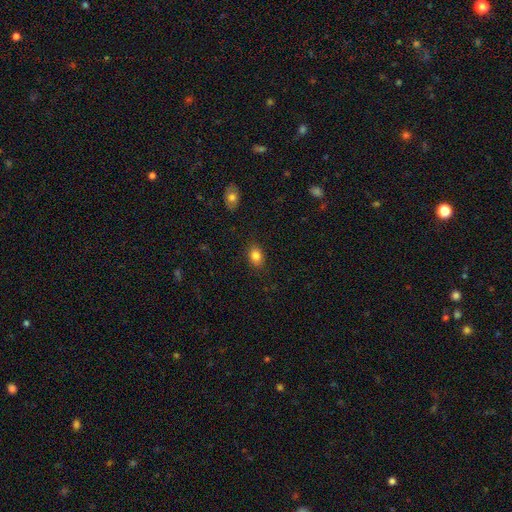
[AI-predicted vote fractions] smooth 83%, star or artifact 10%, featured or disk 7%. Down the decision tree: how rounded — in between (73%); merging — none (86%).